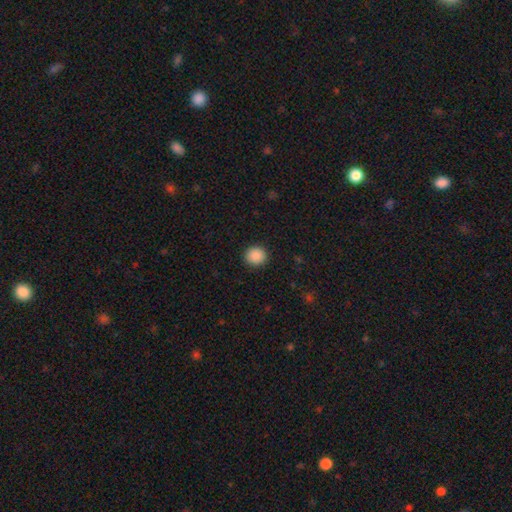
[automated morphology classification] Smooth or featured?
  - smooth: 89% *
  - star or artifact: 9%
  - featured or disk: 3%
How rounded?
  - round: 91% *
  - in between: 8%
  - cigar-shaped: 1%
Merging?
  - none: 92% *
  - minor disturbance: 5%
  - major disturbance: 2%
  - merger: 1%